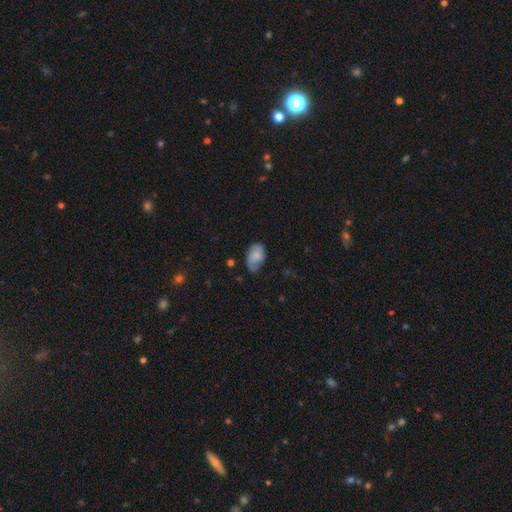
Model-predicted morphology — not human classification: Smooth or featured? Predicted: smooth (p=0.67). How rounded? Predicted: in between (p=0.90). Merging? Predicted: none (p=0.53).